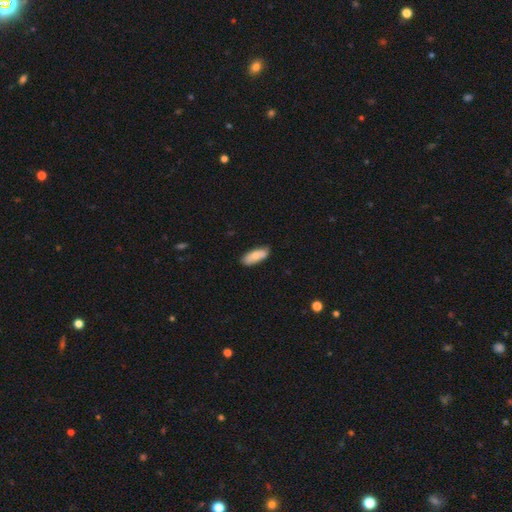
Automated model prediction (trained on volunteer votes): smooth 78%, featured or disk 16%, star or artifact 6%. Down the decision tree: how rounded — in between (76%); merging — none (82%).